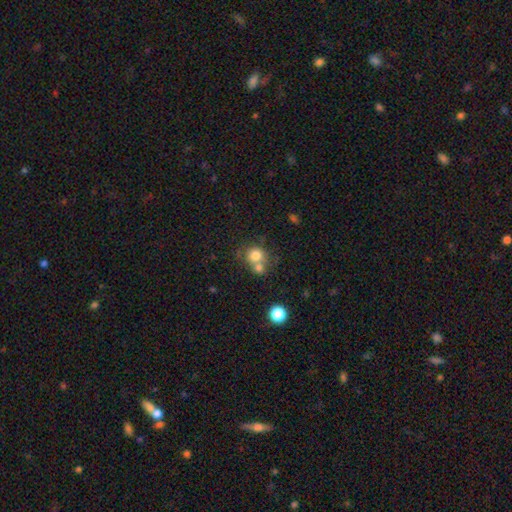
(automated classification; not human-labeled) Smooth or featured?
  - smooth: 77% *
  - featured or disk: 12%
  - star or artifact: 11%
How rounded?
  - round: 84% *
  - in between: 16%
  - cigar-shaped: 1%
Merging?
  - merger: 44% * (tied)
  - none: 44% * (tied)
  - minor disturbance: 9%
  - major disturbance: 4%